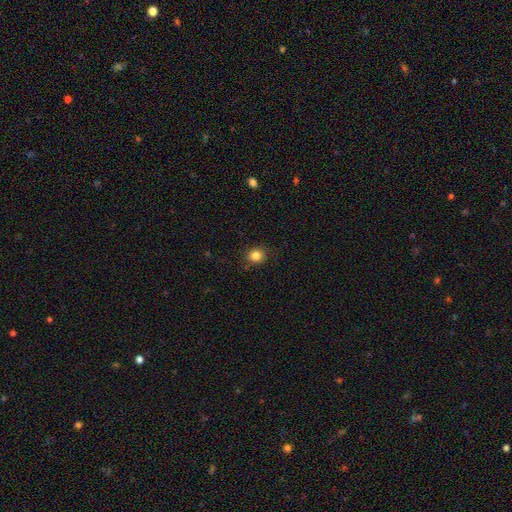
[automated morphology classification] Smooth or featured? Predicted: smooth (p=0.84). How rounded? Predicted: round (p=0.82). Merging? Predicted: none (p=0.87).